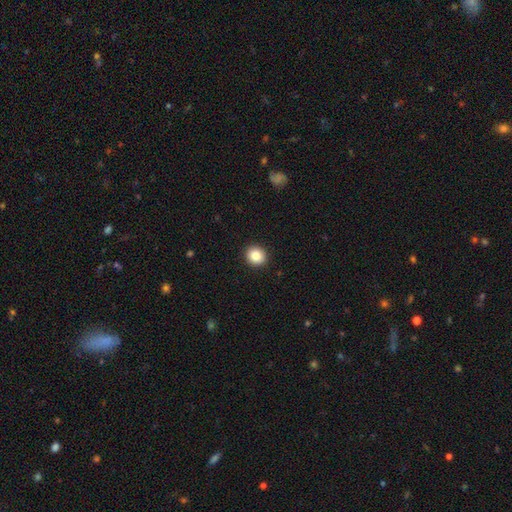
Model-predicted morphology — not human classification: smooth-or-featured: smooth: 86% | star or artifact: 9% | featured or disk: 5%
  how-rounded: round: 87% | in between: 12% | cigar-shaped: 1%
  merging: none: 93% | minor disturbance: 5% | major disturbance: 2% | merger: 1%